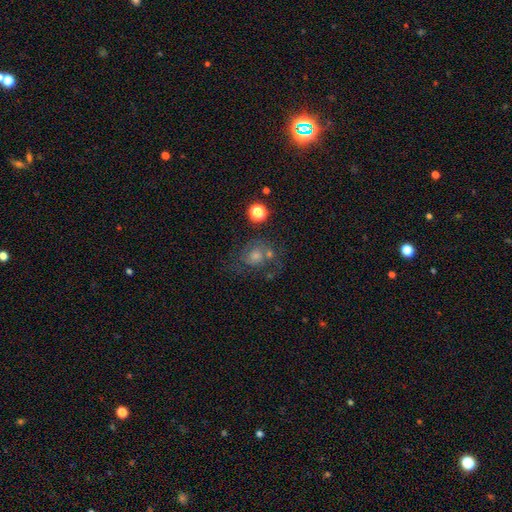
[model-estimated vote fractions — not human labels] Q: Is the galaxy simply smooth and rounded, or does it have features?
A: featured or disk — 47%.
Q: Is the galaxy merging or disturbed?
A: none — 54%.